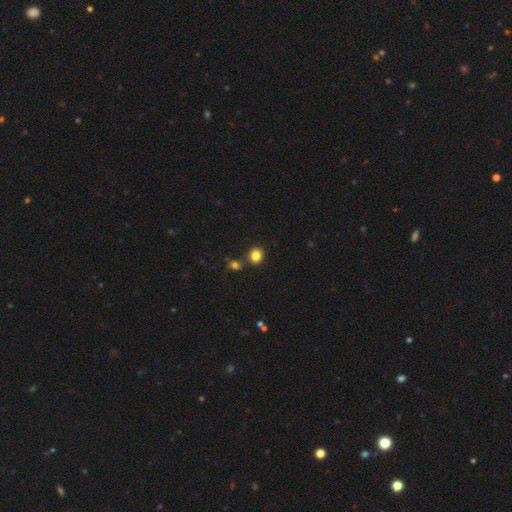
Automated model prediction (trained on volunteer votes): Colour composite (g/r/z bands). It shows a smooth galaxy with no disk features (83%) that is round (75%). Merging: none (78%).